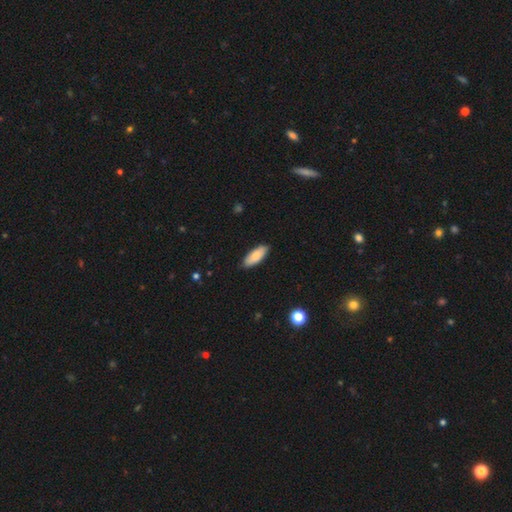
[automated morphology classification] Q: Smooth or featured?
A: smooth (82%); runner-up: featured or disk (12%)
Q: How rounded?
A: in between (75%); runner-up: cigar-shaped (23%)
Q: Merging?
A: none (88%); runner-up: minor disturbance (9%)